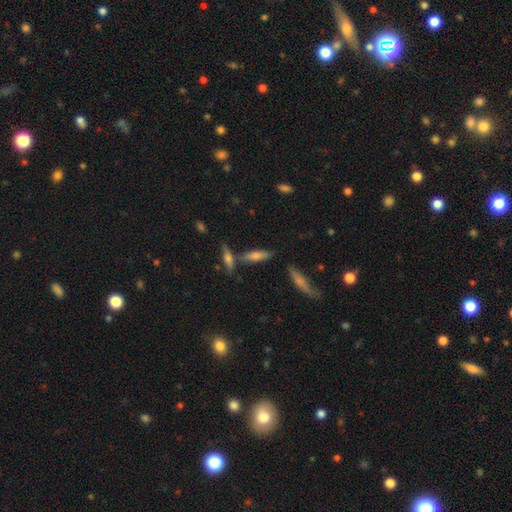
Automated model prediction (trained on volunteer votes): This appears to be a smooth galaxy with no disk features (55%) that is cigar-shaped (60%). Merging: none (67%).